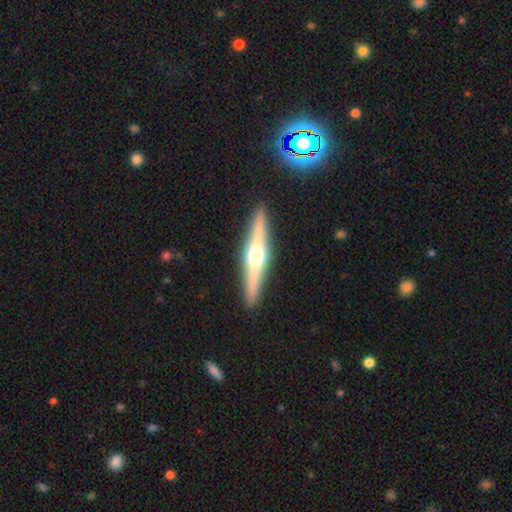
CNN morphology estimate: smooth_or_featured: featured or disk (p=0.73) [alt: smooth p=0.22]
disk_edge_on: yes (p=0.97) [alt: no p=0.03]
edge_on_bulge: rounded (p=0.95) [alt: boxy p=0.03]
merging: none (p=0.92) [alt: minor disturbance p=0.06]